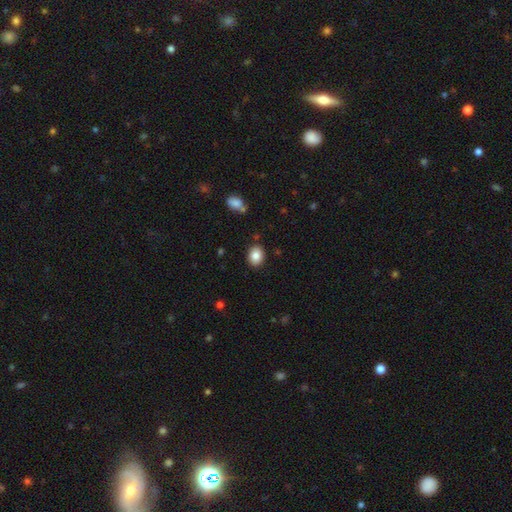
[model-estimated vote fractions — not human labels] Smooth or featured?
  - smooth: 85% *
  - star or artifact: 8%
  - featured or disk: 6%
How rounded?
  - in between: 56% *
  - round: 43%
  - cigar-shaped: 1%
Merging?
  - none: 87% *
  - minor disturbance: 9%
  - major disturbance: 2%
  - merger: 2%